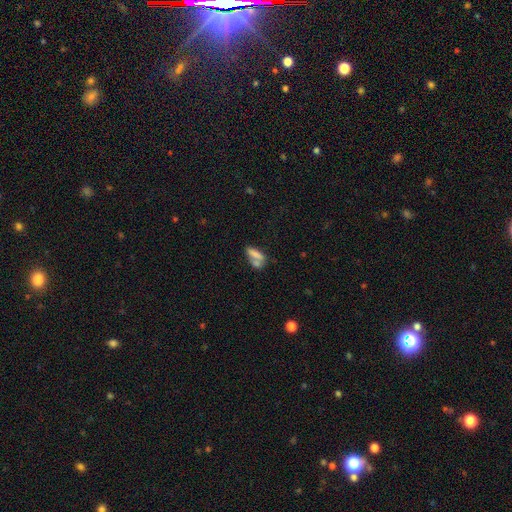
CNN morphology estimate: smooth-or-featured: smooth: 72% | featured or disk: 18% | star or artifact: 11%
  how-rounded: in between: 54% | cigar-shaped: 40% | round: 6%
  merging: merger: 42% | none: 38% | minor disturbance: 13% | major disturbance: 8%